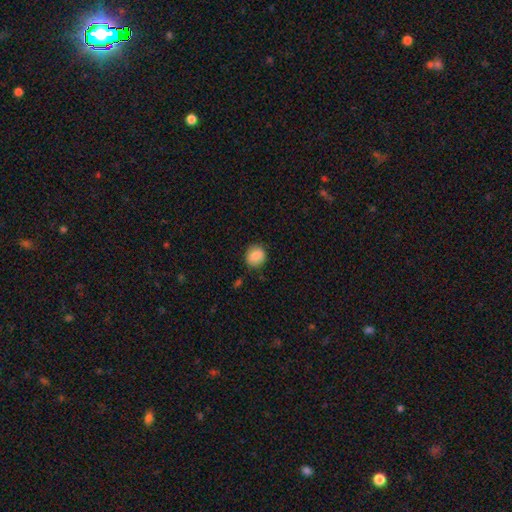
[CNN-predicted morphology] Overall: smooth (87%). How rounded: round (79%). Merging: none (84%).